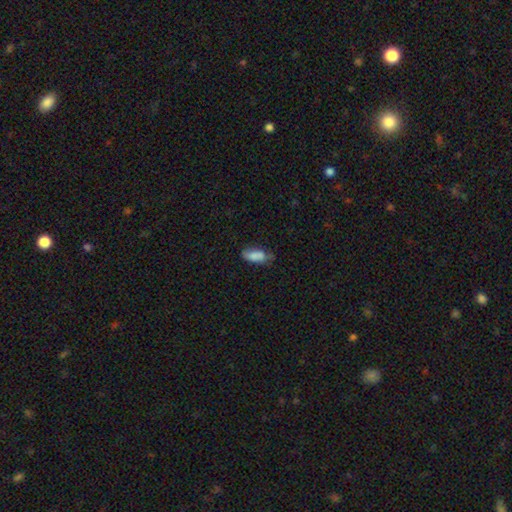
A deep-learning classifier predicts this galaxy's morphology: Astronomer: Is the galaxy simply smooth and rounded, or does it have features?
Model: smooth — 80%.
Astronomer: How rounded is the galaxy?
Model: in between — 83%.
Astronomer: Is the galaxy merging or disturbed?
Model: none — 53% (runner-up: minor disturbance, 32%).